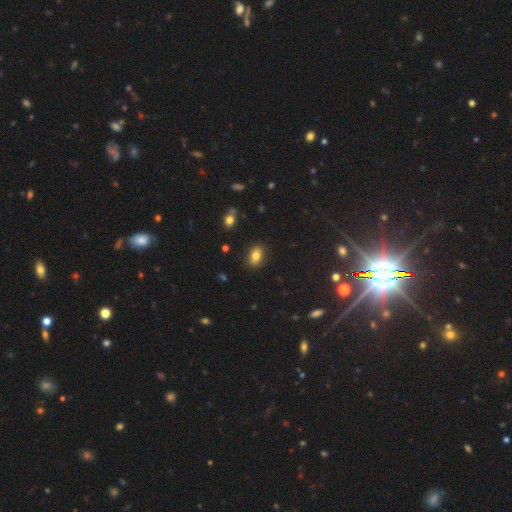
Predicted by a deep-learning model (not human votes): Q: Smooth or featured?
A: smooth (80%); runner-up: star or artifact (10%)
Q: How rounded?
A: in between (83%); runner-up: round (15%)
Q: Merging?
A: none (87%); runner-up: minor disturbance (10%)